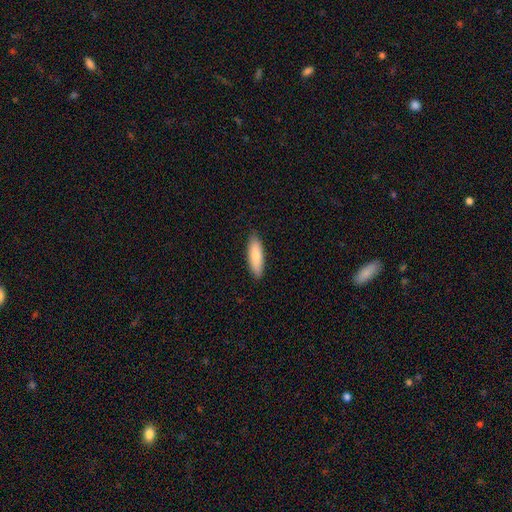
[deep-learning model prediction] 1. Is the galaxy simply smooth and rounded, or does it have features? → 81% smooth, 13% featured or disk, 5% star or artifact.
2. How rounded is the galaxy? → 52% in between, 47% cigar-shaped, 2% round.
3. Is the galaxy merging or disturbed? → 88% none, 10% minor disturbance, 2% major disturbance, 1% merger.